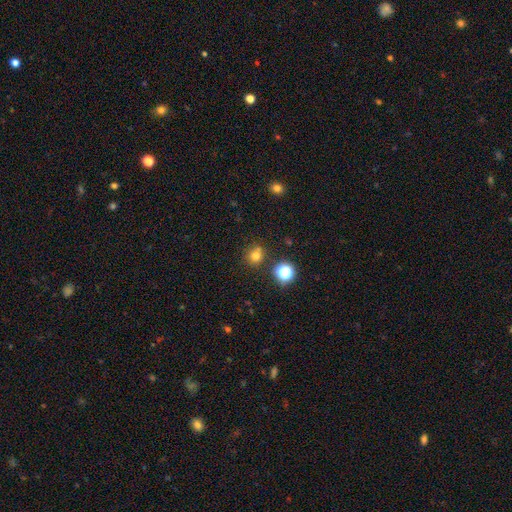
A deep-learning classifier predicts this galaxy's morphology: A smooth galaxy with no disk features (73%) that is round (85%).

Vote fractions:
- Smooth or featured? smooth: 73% / star or artifact: 20% / featured or disk: 7%
- How rounded? round: 85% / in between: 14% / cigar-shaped: 1%
- Merging? none: 73% / minor disturbance: 13% / merger: 11% / major disturbance: 4%